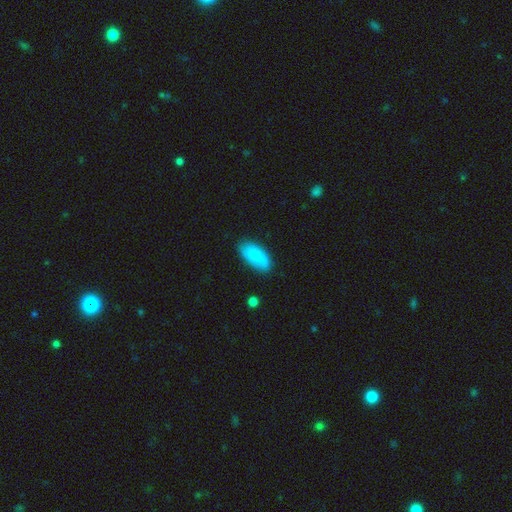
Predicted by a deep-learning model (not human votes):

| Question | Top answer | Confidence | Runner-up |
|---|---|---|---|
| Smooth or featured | smooth | 80% | featured or disk (14%) |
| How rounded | in between | 90% | cigar-shaped (7%) |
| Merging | none | 73% | minor disturbance (20%) |